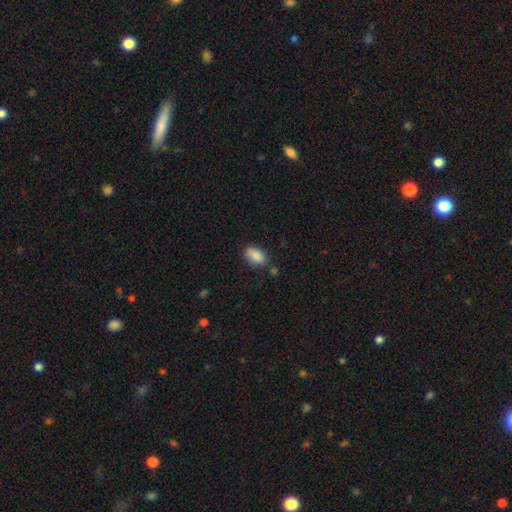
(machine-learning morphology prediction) Overall: smooth (87%). How rounded: in between (92%). Merging: none (70%).